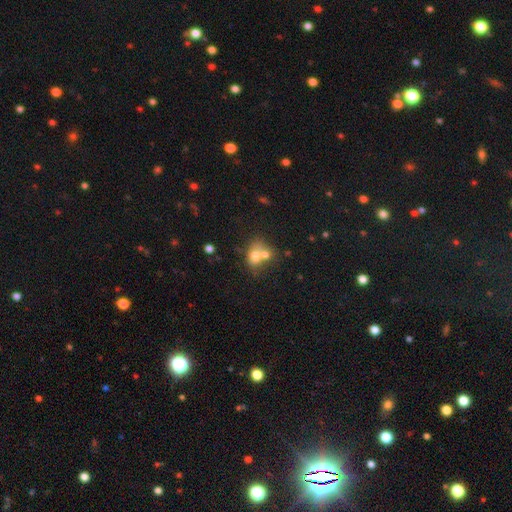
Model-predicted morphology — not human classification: A smooth galaxy with no disk features (69%) that is round (52%).

Vote fractions:
- Smooth or featured? smooth: 69% / featured or disk: 20% / star or artifact: 11%
- How rounded? round: 52% / in between: 47% / cigar-shaped: 1%
- Merging? merger: 59% / none: 28% / minor disturbance: 9% / major disturbance: 4%